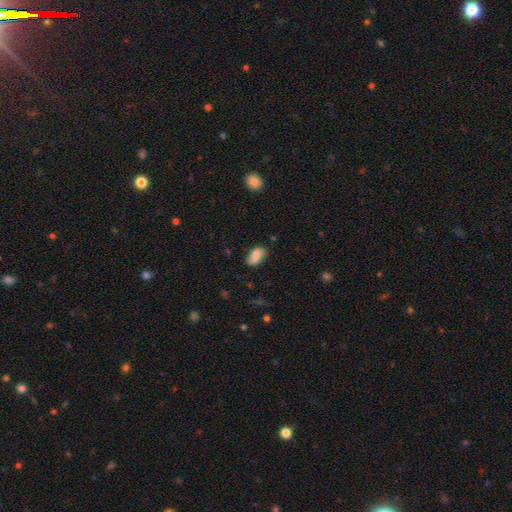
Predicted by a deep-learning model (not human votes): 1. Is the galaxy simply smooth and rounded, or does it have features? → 80% smooth, 13% featured or disk, 8% star or artifact.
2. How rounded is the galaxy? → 92% in between, 6% round, 2% cigar-shaped.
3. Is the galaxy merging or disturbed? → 72% none, 21% minor disturbance, 5% major disturbance, 2% merger.